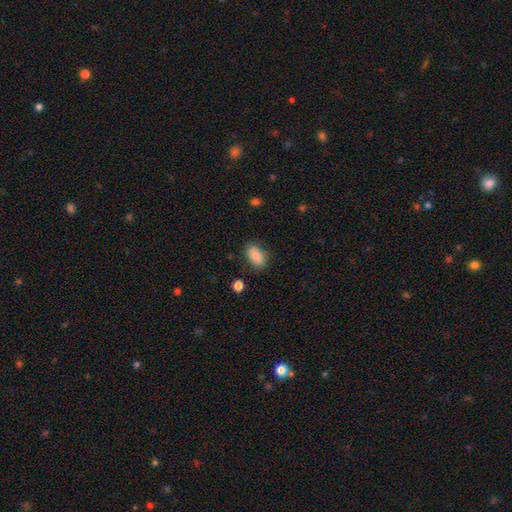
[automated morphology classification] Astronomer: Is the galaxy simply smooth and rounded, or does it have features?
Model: smooth — 82%.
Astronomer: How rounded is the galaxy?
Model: in between — 90%.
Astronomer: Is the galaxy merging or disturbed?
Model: none — 77%.